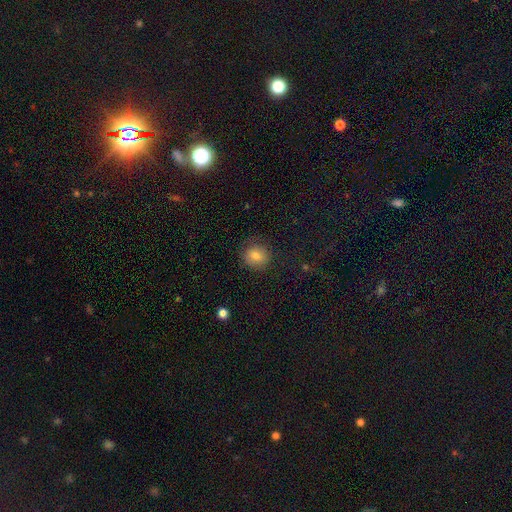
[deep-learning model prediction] Overall: smooth (78%). How rounded: round (85%). Merging: none (80%).